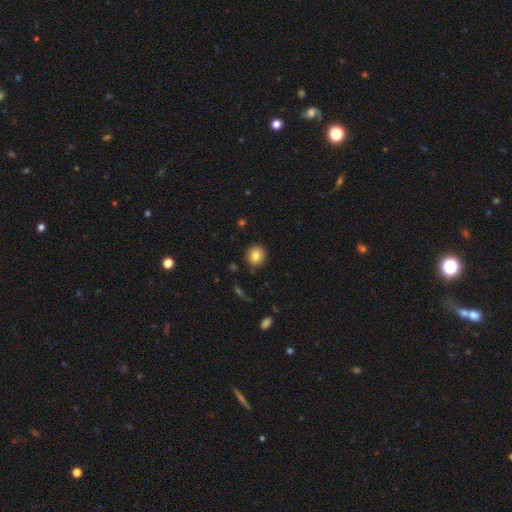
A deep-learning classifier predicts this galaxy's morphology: Smooth or featured? smooth (82%)
How rounded? round (84%)
Merging? none (88%)